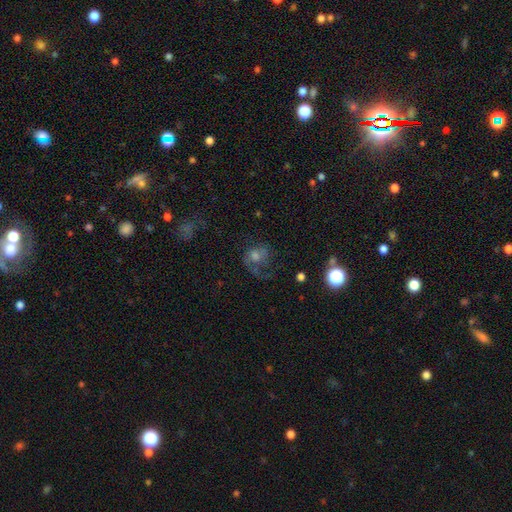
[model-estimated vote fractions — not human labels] Smooth or featured? Predicted: featured or disk (p=0.51). Edge-on disk? Predicted: no (p=0.97). Merging? Predicted: none (p=0.45).